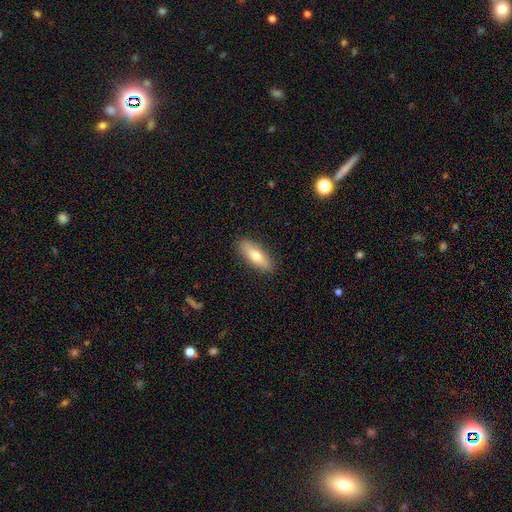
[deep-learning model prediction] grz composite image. It shows a smooth galaxy with no disk features (66%) that is in between round and cigar-shaped (56%). Merging: none (88%).